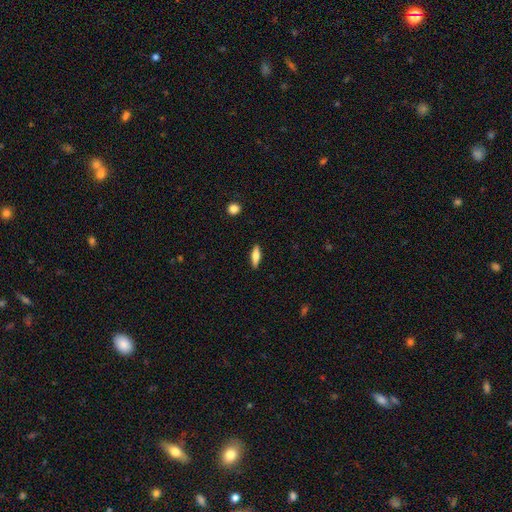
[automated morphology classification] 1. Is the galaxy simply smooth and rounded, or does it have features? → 65% smooth, 29% featured or disk, 7% star or artifact.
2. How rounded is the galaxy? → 49% cigar-shaped, 48% in between, 3% round.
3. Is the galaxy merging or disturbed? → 89% none, 8% minor disturbance, 2% major disturbance, 1% merger.